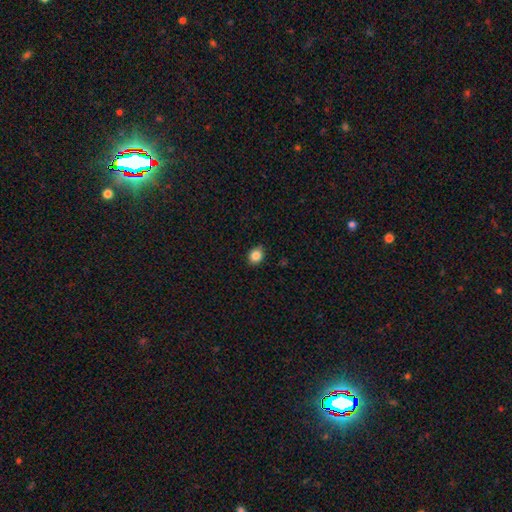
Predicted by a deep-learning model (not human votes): Smooth or featured? smooth (85%)
How rounded? round (53%)
Merging? none (83%)